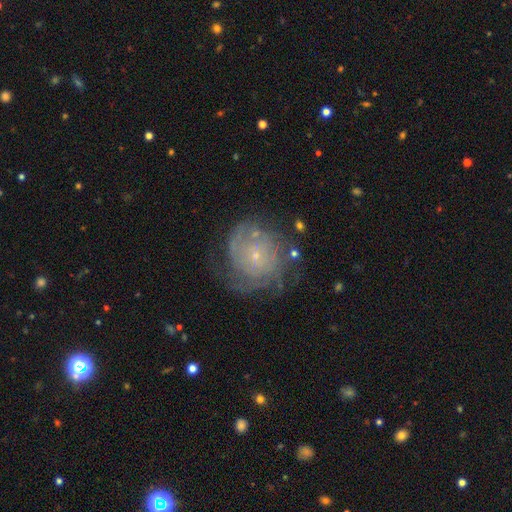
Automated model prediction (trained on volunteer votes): A featured or disk galaxy (75%) with no bar (77%), tight (67%) spiral arms (88%) and a small central bulge (85%). Merging: none (64%).